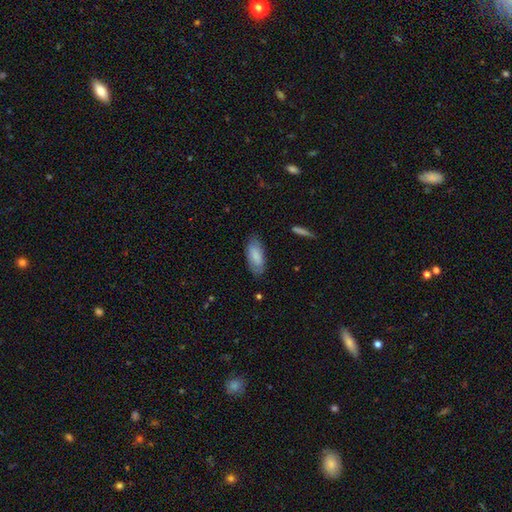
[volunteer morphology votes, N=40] Q: Smooth or featured?
A: smooth (85%); runner-up: featured or disk (15%)
Q: How rounded?
A: in between (82%); runner-up: cigar-shaped (18%)
Q: Merging?
A: none (80%); runner-up: minor disturbance (12%)